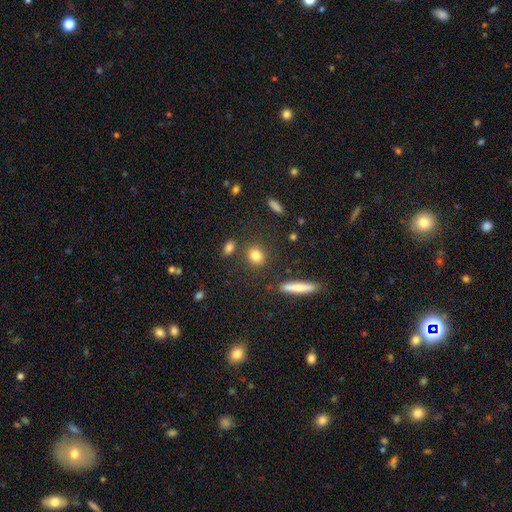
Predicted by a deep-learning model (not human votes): smooth 81%, star or artifact 11%, featured or disk 8%. Down the decision tree: how rounded — round (60%); merging — none (81%).